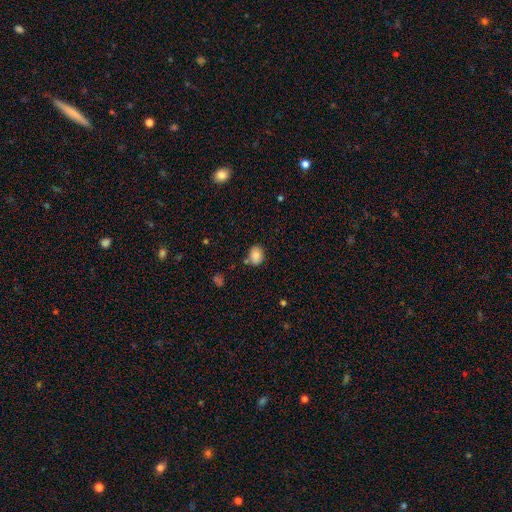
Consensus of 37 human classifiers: Morphology: type=smooth (86%); roundness=in between (66%); merging=none (81%).